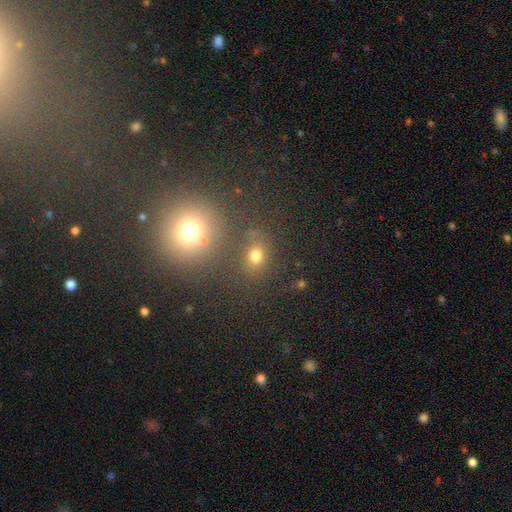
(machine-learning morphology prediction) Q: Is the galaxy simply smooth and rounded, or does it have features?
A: smooth — 67%.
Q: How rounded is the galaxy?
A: round — 58%.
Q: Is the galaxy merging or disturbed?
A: none — 67%.